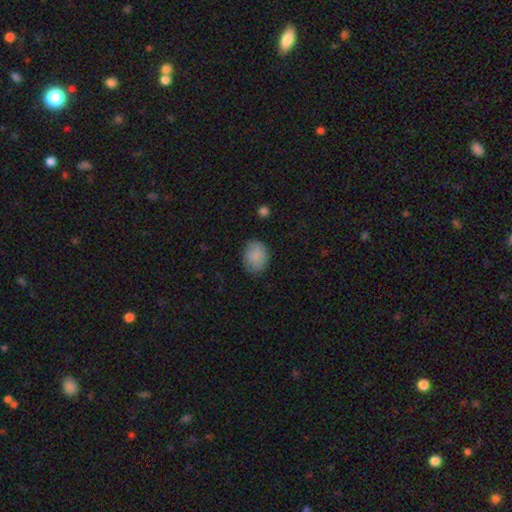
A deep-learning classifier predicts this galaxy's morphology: The model was most divided on "how rounded": in between: 52%, round: 47%, cigar-shaped: 1%. More confident: smooth or featured — smooth (86%); merging — none (79%).